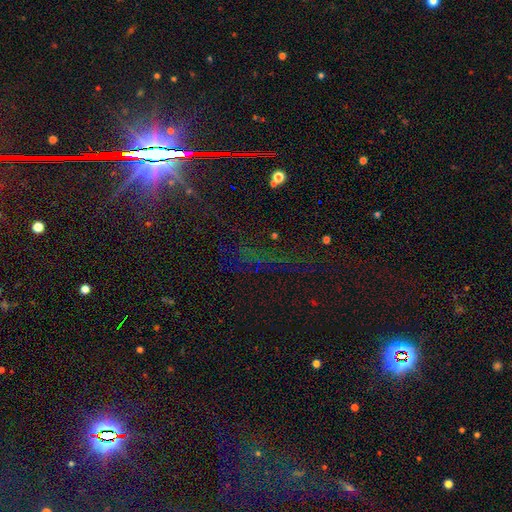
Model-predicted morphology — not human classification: smooth_or_featured: star or artifact (p=0.81) [alt: featured or disk p=0.10]